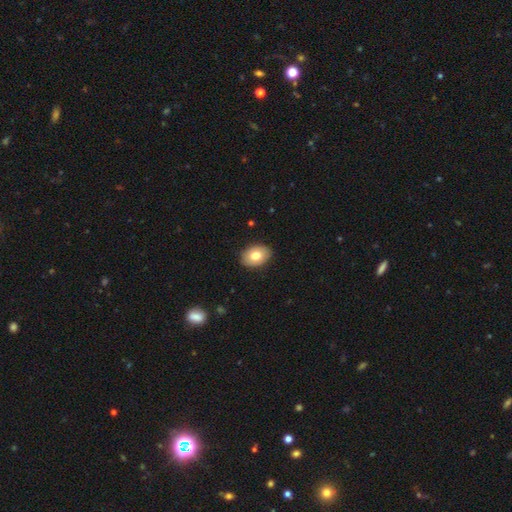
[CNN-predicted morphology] A smooth galaxy with no disk features (78%) that is in between round and cigar-shaped (80%).

Vote fractions:
- Smooth or featured? smooth: 78% / featured or disk: 15% / star or artifact: 7%
- How rounded? in between: 80% / round: 19% / cigar-shaped: 1%
- Merging? none: 88% / minor disturbance: 9% / major disturbance: 2% / merger: 1%